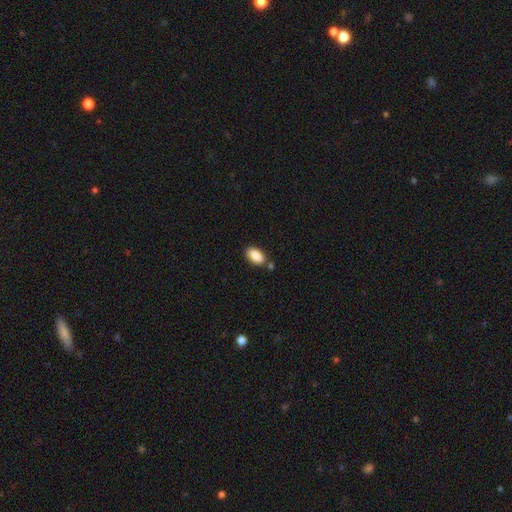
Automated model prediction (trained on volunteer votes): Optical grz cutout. It shows a smooth galaxy with no disk features (88%) that is in between round and cigar-shaped (93%). Merging: none (77%).